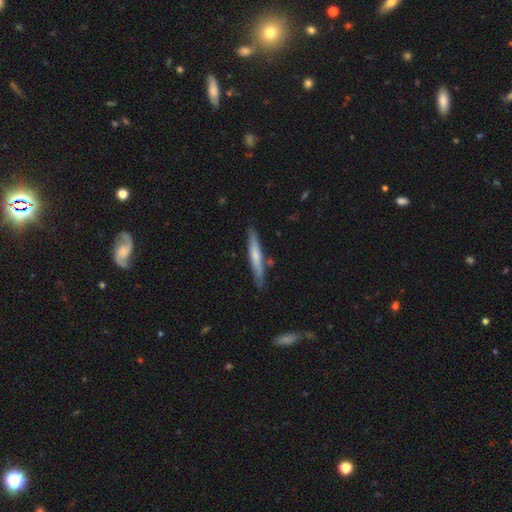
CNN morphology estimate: Smooth or featured: smooth — 57% (featured or disk — 38%)
How rounded: cigar-shaped — 94% (in between — 5%)
Merging: none — 83% (minor disturbance — 11%)